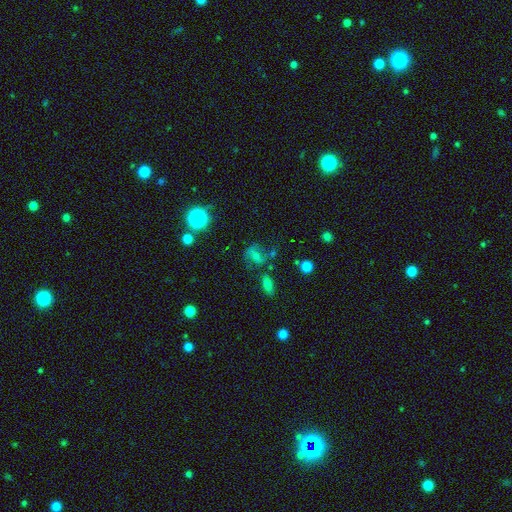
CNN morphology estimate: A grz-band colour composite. It shows a smooth galaxy with no disk features (51%) that is in between round and cigar-shaped (56%). Merging: none (47%).